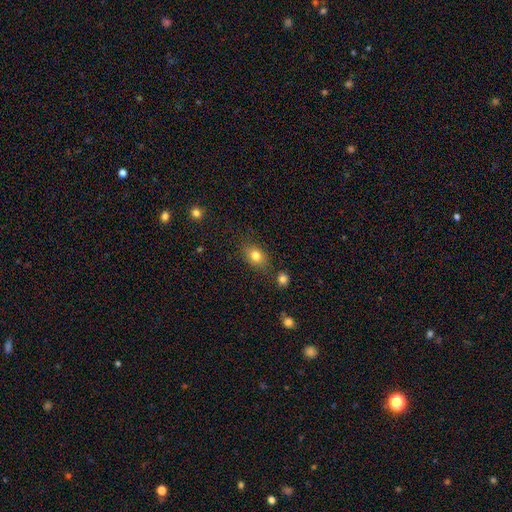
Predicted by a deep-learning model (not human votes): Smooth or featured: smooth — 80% (star or artifact — 10%)
How rounded: in between — 69% (round — 29%)
Merging: none — 76% (minor disturbance — 15%)